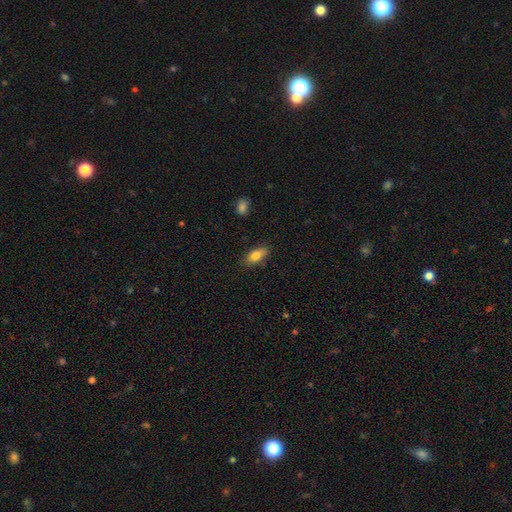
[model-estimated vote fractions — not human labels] smooth-or-featured: smooth: 81% | featured or disk: 12% | star or artifact: 7%
  how-rounded: in between: 83% | cigar-shaped: 14% | round: 3%
  merging: none: 83% | minor disturbance: 13% | major disturbance: 3% | merger: 1%